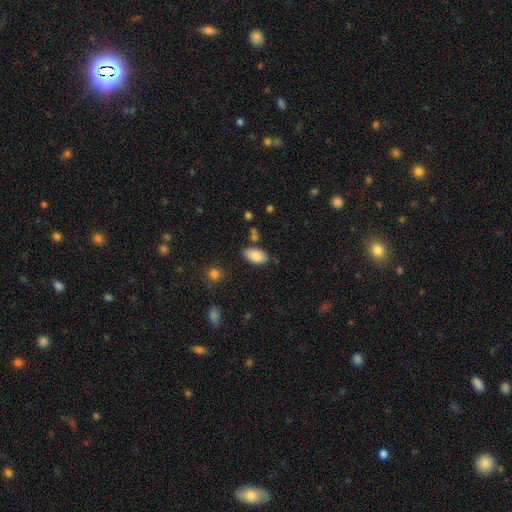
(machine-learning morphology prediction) Smooth or featured: smooth — 85% (featured or disk — 8%)
How rounded: in between — 94% (round — 4%)
Merging: none — 78% (minor disturbance — 14%)